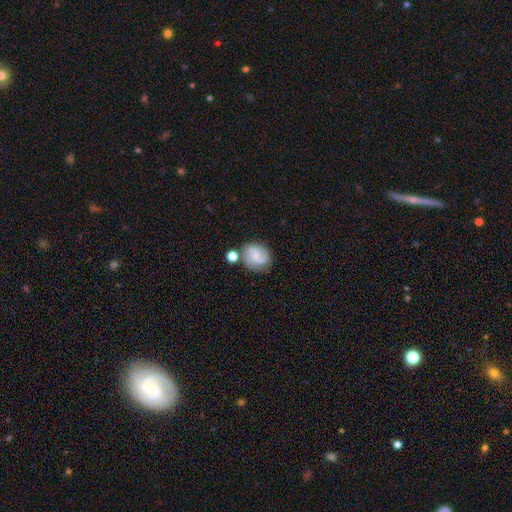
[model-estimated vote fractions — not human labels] A smooth galaxy with no disk features (46%).

Vote fractions:
- Smooth or featured? smooth: 46% / featured or disk: 45% / star or artifact: 9%
- Merging? none: 64% / minor disturbance: 17% / merger: 14% / major disturbance: 5%